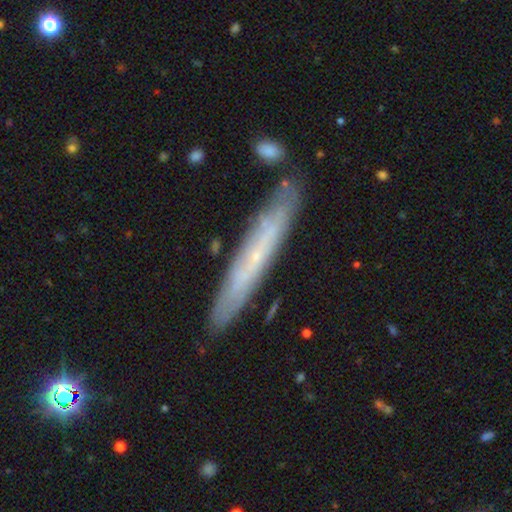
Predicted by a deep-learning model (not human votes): This is likely a featured or disk galaxy (61%). It is likely viewed edge-on (73%). Merging: clearly none (83%).